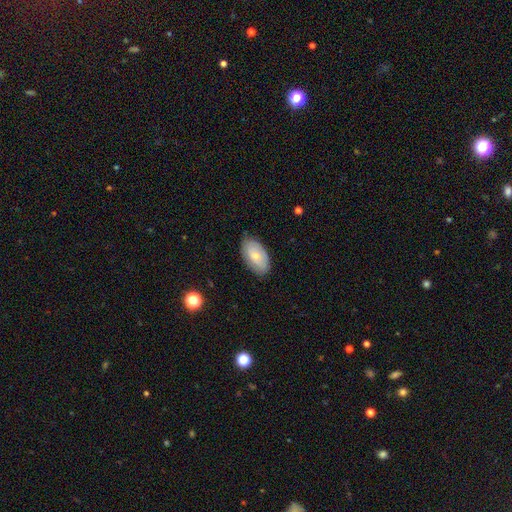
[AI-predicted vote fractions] The model was most divided on "smooth or featured": smooth: 63%, featured or disk: 30%, star or artifact: 7%. More confident: how rounded — in between (94%); merging — none (80%).